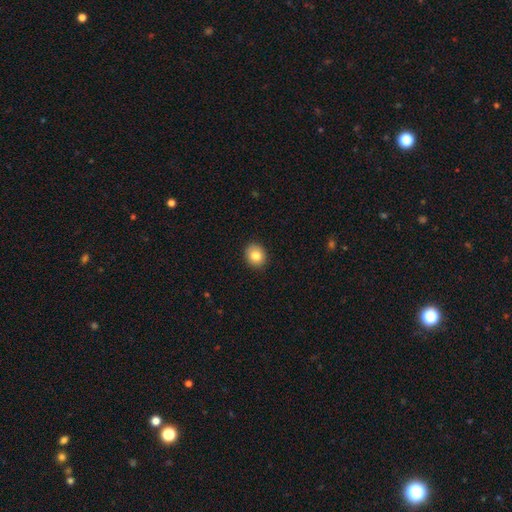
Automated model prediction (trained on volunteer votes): A smooth galaxy with no disk features (83%) that is round (66%). Merging: none (90%).